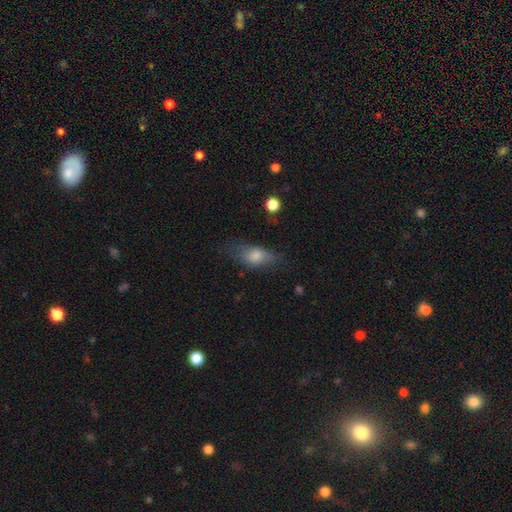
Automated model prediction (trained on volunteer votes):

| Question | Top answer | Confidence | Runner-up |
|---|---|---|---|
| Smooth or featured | smooth | 68% | featured or disk (23%) |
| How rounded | in between | 75% | cigar-shaped (17%) |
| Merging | none | 58% | minor disturbance (26%) |